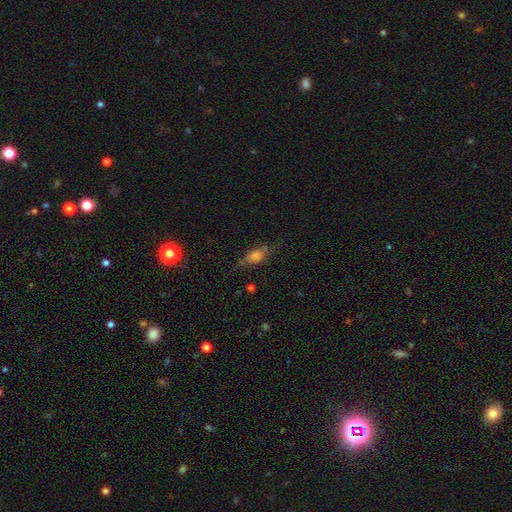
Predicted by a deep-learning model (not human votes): smooth-or-featured: smooth: 45% | featured or disk: 41% | star or artifact: 15%
  merging: none: 62% | minor disturbance: 23% | major disturbance: 12% | merger: 3%